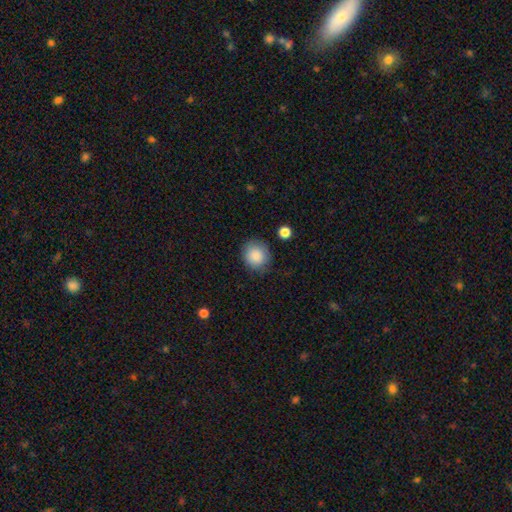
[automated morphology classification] A smooth galaxy with no disk features (87%) that is round (84%).

Vote fractions:
- Smooth or featured? smooth: 87% / star or artifact: 8% / featured or disk: 5%
- How rounded? round: 84% / in between: 15% / cigar-shaped: 1%
- Merging? none: 82% / minor disturbance: 13% / major disturbance: 4% / merger: 2%